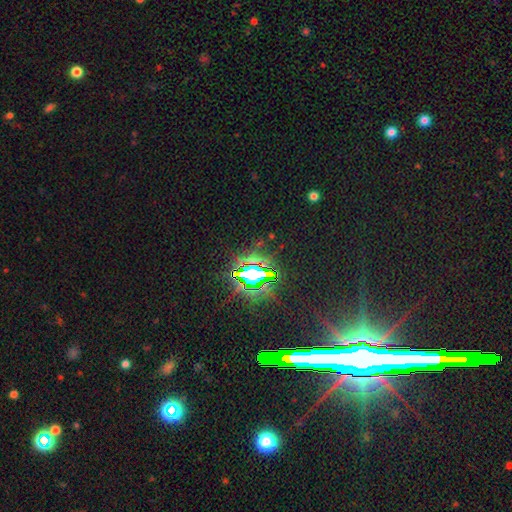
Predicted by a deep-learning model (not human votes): star or artifact 81%, featured or disk 10%, smooth 9%.